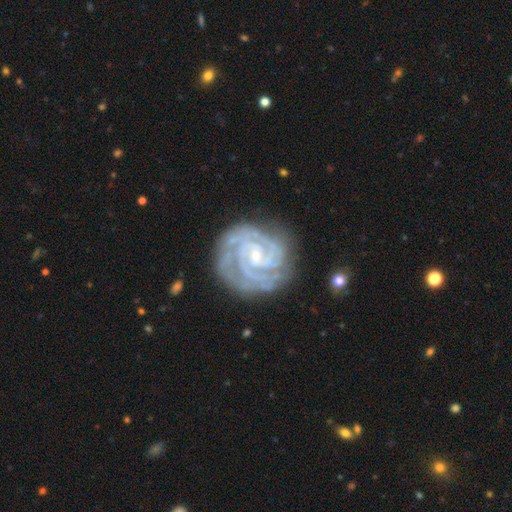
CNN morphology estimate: This is clearly a featured or disk galaxy (92%). It is clearly not viewed edge-on (98%). Bar: possibly no (50%). Spiral arm pattern: clearly yes (99%). Spiral arm count: marginally 2 (30%). Spiral winding: clearly tight (81%). Central bulge: clearly small (81%). Merging: likely none (78%).